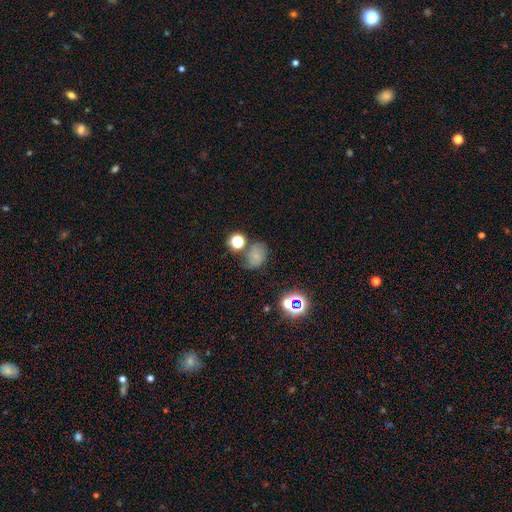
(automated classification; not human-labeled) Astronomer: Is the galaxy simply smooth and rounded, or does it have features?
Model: smooth — 55%.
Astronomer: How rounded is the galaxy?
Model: in between — 53% (runner-up: round, 46%).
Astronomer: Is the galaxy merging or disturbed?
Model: none — 55%.